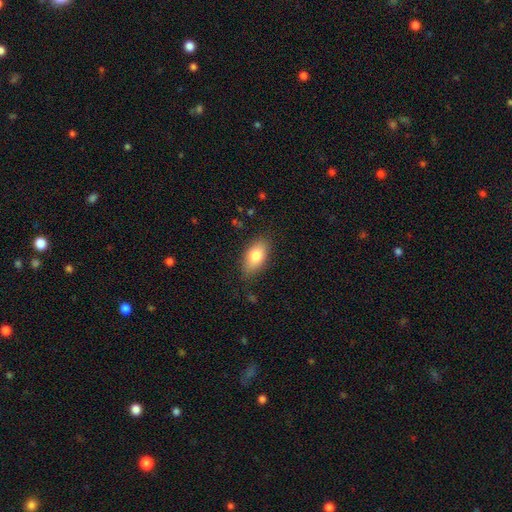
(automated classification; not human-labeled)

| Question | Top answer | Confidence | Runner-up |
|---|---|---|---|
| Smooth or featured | smooth | 80% | featured or disk (13%) |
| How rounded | in between | 90% | round (5%) |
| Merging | none | 81% | minor disturbance (14%) |